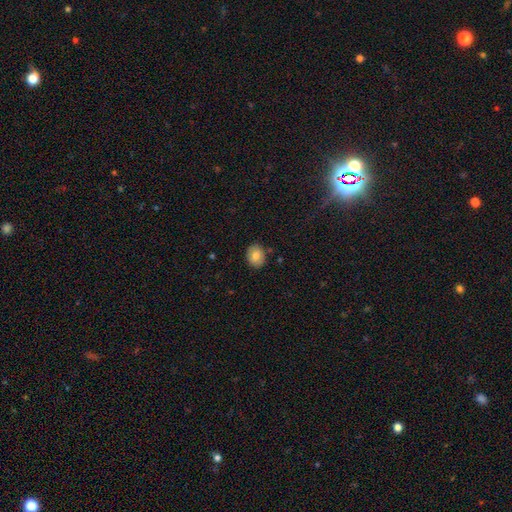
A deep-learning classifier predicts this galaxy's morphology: A smooth galaxy with no disk features (79%) that is round (59%).

Vote fractions:
- Smooth or featured? smooth: 79% / featured or disk: 13% / star or artifact: 8%
- How rounded? round: 59% / in between: 40% / cigar-shaped: 1%
- Merging? none: 86% / minor disturbance: 10% / major disturbance: 2% / merger: 2%